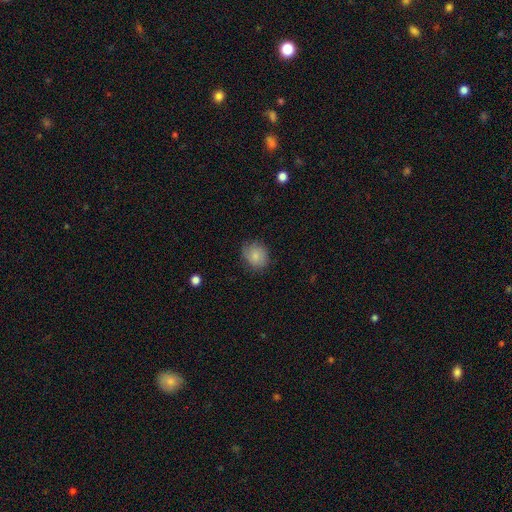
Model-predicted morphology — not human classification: Smooth or featured? Predicted: smooth (p=0.81). How rounded? Predicted: round (p=0.69). Merging? Predicted: none (p=0.76).